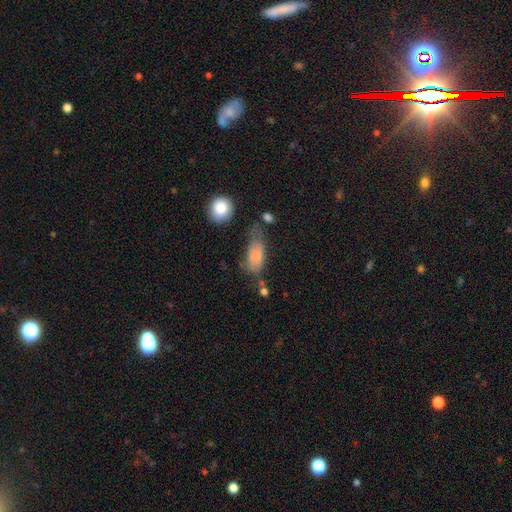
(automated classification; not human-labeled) Overall: smooth (76%). How rounded: in between (85%). Merging: none (38%; minor disturbance 34%).